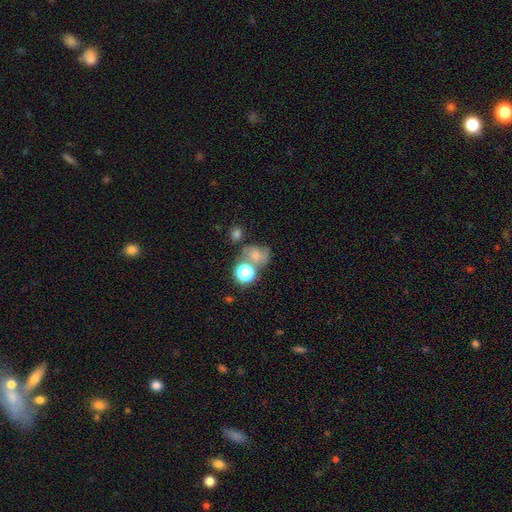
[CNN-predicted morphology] Overall: smooth (54%; featured or disk 23%). How rounded: round (62%; in between 37%). Merging: none (43%; merger 24%).